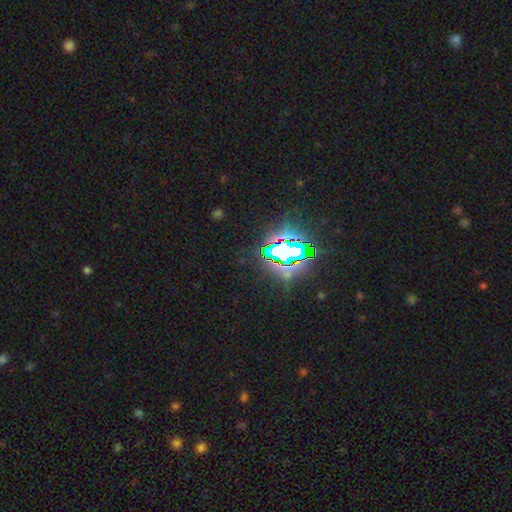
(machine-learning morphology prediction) type=star or artifact (80%).